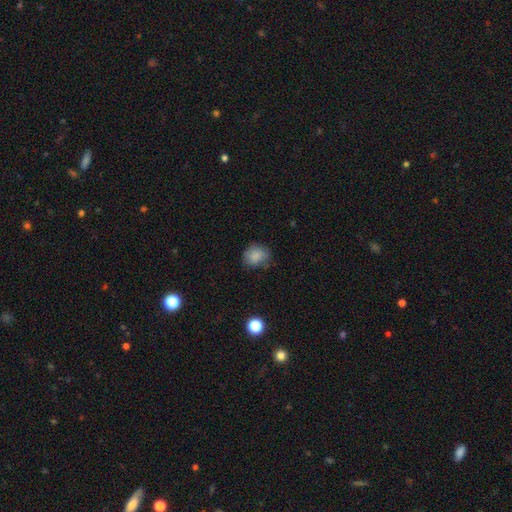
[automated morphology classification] Smooth or featured? smooth (83%)
How rounded? round (64%)
Merging? none (71%)